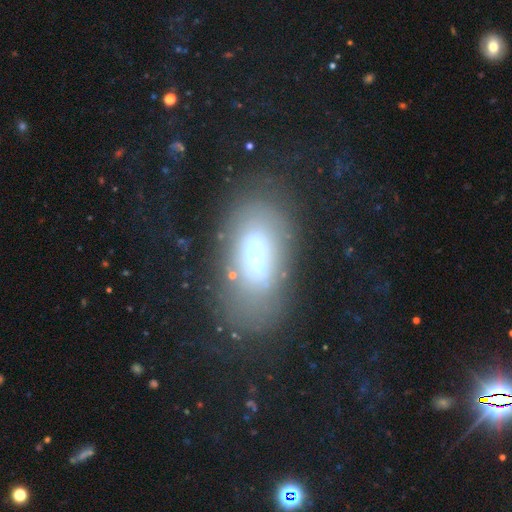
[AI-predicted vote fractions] Smooth or featured?
  - smooth: 44% *
  - featured or disk: 42%
  - star or artifact: 14%
Merging?
  - none: 61% *
  - minor disturbance: 19%
  - major disturbance: 15%
  - merger: 5%